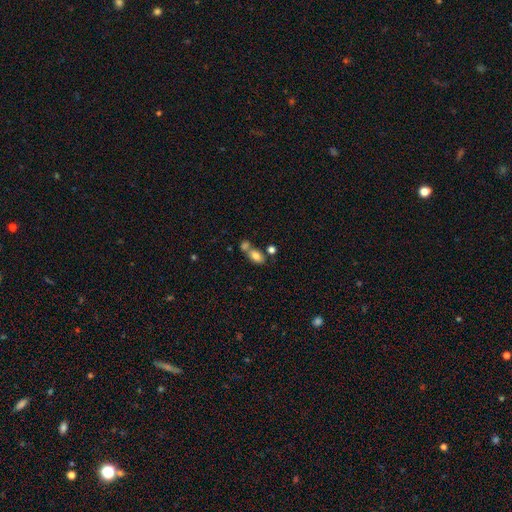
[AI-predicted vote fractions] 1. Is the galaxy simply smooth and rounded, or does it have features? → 78% smooth, 13% featured or disk, 9% star or artifact.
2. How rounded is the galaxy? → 88% in between, 9% round, 3% cigar-shaped.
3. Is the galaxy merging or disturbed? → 43% merger, 41% none, 11% minor disturbance, 5% major disturbance.